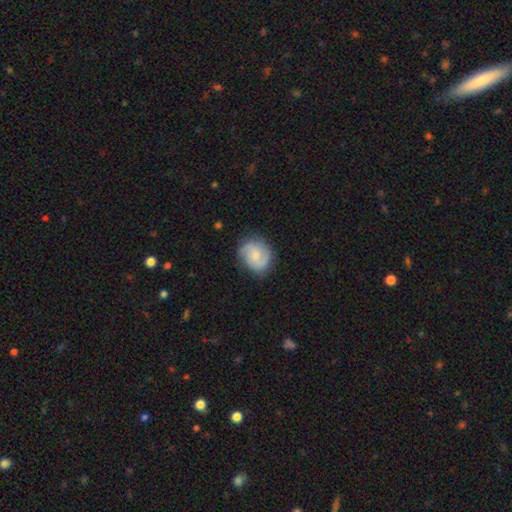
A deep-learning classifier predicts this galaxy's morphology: This is possibly a featured or disk galaxy (51%). It is clearly not viewed edge-on (98%). Merging: likely none (77%).